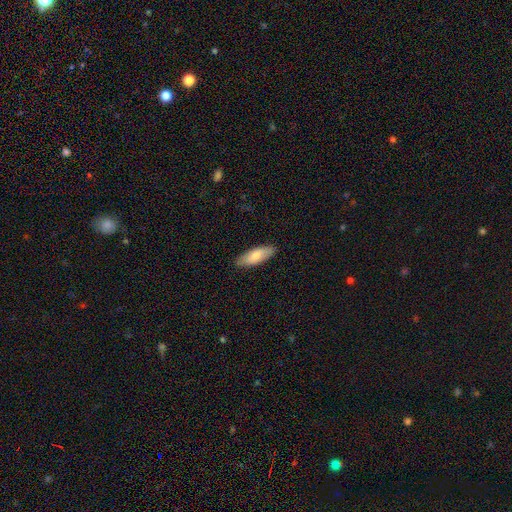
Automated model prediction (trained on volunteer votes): Q: Smooth or featured?
A: smooth (80%); runner-up: featured or disk (15%)
Q: How rounded?
A: in between (66%); runner-up: cigar-shaped (32%)
Q: Merging?
A: none (88%); runner-up: minor disturbance (9%)